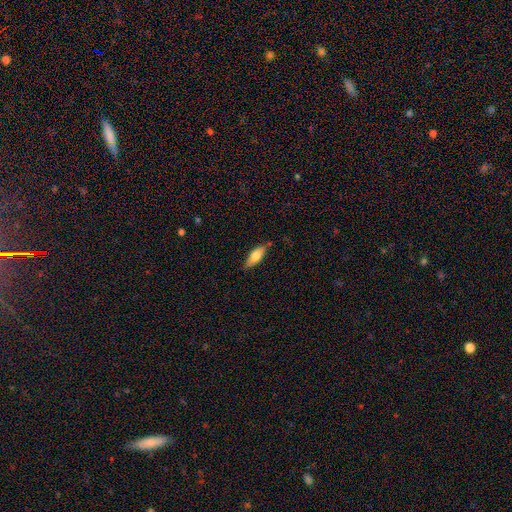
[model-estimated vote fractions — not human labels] smooth-or-featured: smooth: 72% | featured or disk: 22% | star or artifact: 6%
  how-rounded: in between: 69% | cigar-shaped: 28% | round: 2%
  merging: none: 77% | minor disturbance: 18% | major disturbance: 3% | merger: 3%